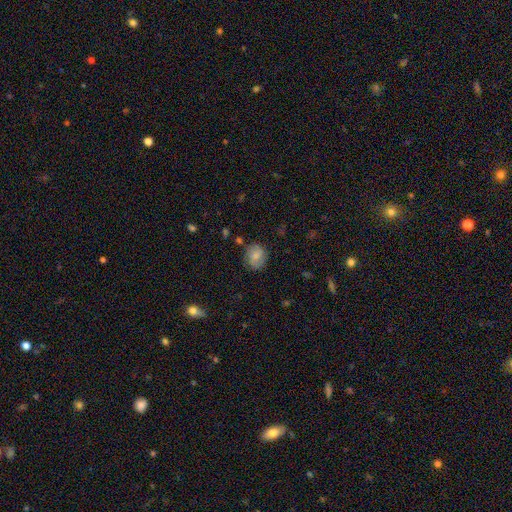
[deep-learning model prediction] Overall: smooth (55%; featured or disk 36%). How rounded: round (61%; in between 38%). Merging: none (74%).